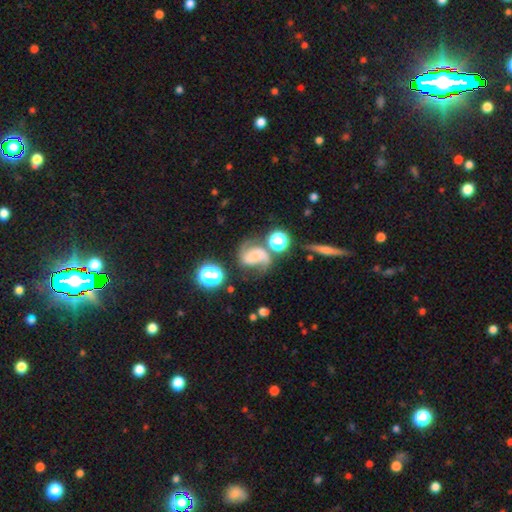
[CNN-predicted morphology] This is likely a featured or disk galaxy (62%). It is clearly not viewed edge-on (98%). Bar: possibly no (54%). Spiral arm pattern: clearly yes (88%). Spiral arm count: likely 2 (77%). Spiral winding: possibly loose (49%). Central bulge: possibly none (57%). Merging: marginally none (39%).